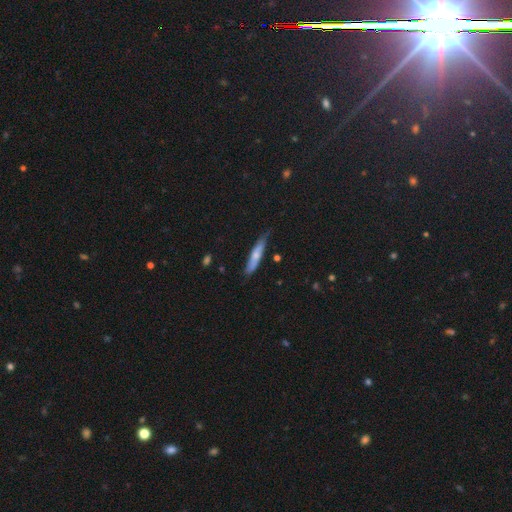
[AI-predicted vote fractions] smooth 63%, featured or disk 32%, star or artifact 6%. Down the decision tree: how rounded — cigar-shaped (85%); merging — none (70%).